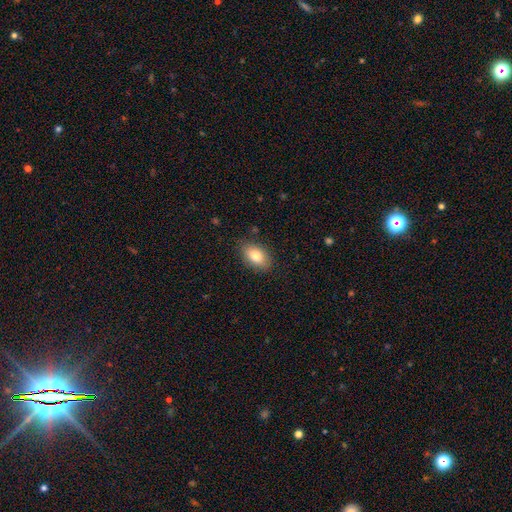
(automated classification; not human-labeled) Smooth or featured? smooth (81%)
How rounded? in between (90%)
Merging? none (85%)